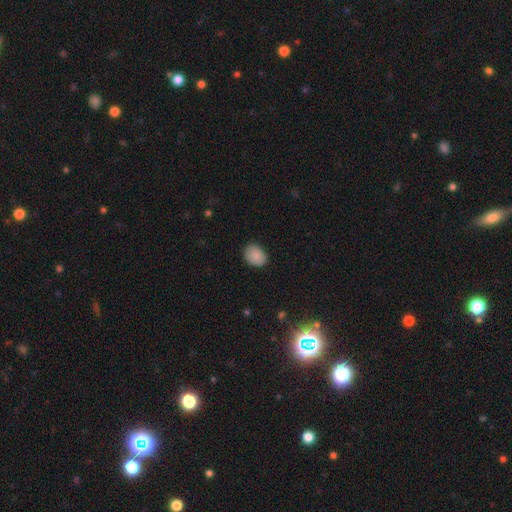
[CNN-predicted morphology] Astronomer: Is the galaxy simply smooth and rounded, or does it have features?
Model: smooth — 88%.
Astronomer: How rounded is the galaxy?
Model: in between — 61% (runner-up: round, 39%).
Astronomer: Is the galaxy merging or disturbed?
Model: none — 82%.